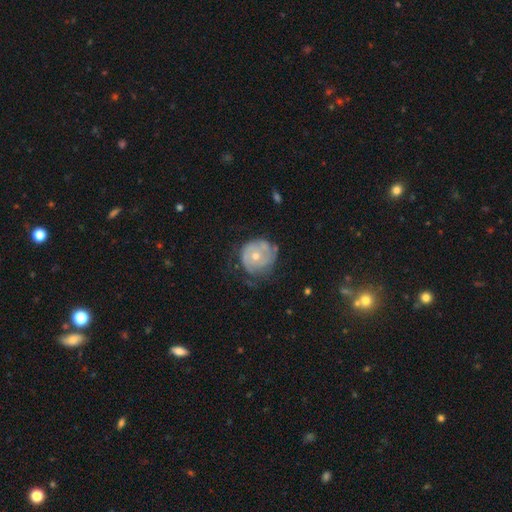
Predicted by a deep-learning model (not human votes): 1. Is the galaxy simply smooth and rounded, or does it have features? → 61% featured or disk, 33% smooth, 7% star or artifact.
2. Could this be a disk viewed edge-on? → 97% no, 3% yes.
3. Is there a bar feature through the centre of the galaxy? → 86% no, 12% weak, 2% strong.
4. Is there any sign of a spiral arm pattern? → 62% yes, 38% no.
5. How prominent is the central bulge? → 52% moderate, 45% small, 2% large, 1% none, 1% dominant.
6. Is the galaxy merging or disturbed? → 50% none, 30% minor disturbance, 17% major disturbance, 3% merger.